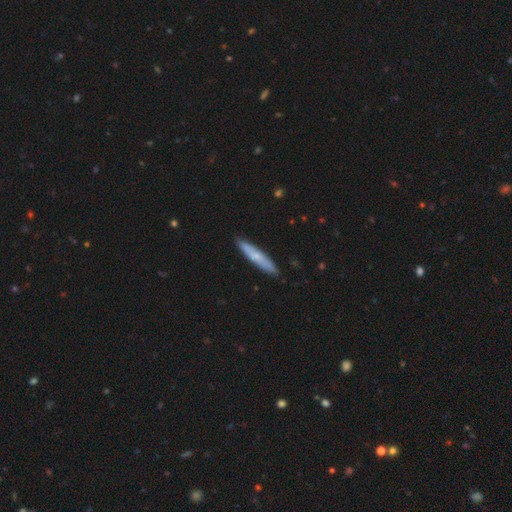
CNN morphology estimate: type=smooth (61%); roundness=cigar-shaped (90%); merging=none (88%).